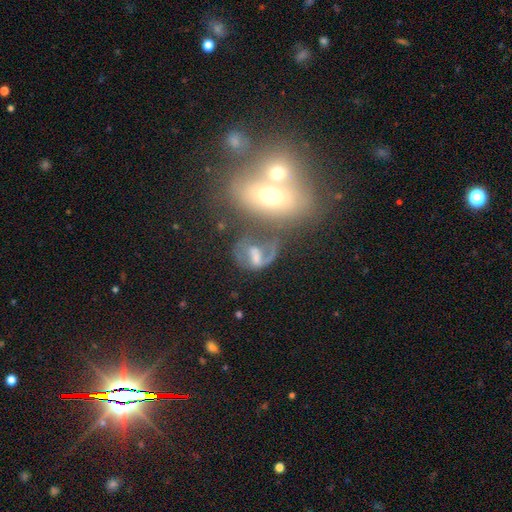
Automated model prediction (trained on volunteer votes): Overall: featured or disk (56%; smooth 32%). Edge-on disk: no (96%). Bar: no (44%; weak 35%). Spiral arms: yes (60%; no 40%). Bulge size: moderate (38%; none 24%). Merging: merger (37%; major disturbance 28%).